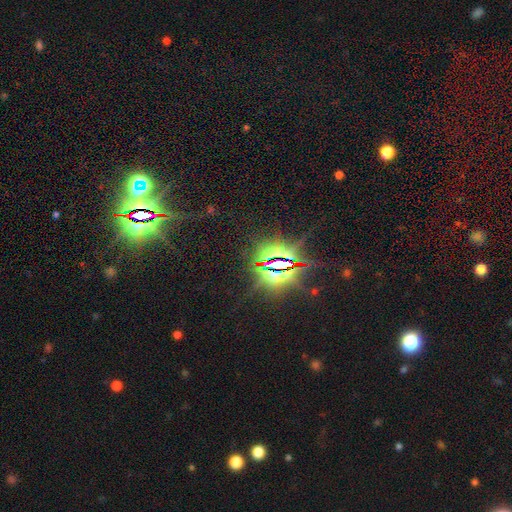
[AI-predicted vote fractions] Morphology: type=star or artifact (87%).